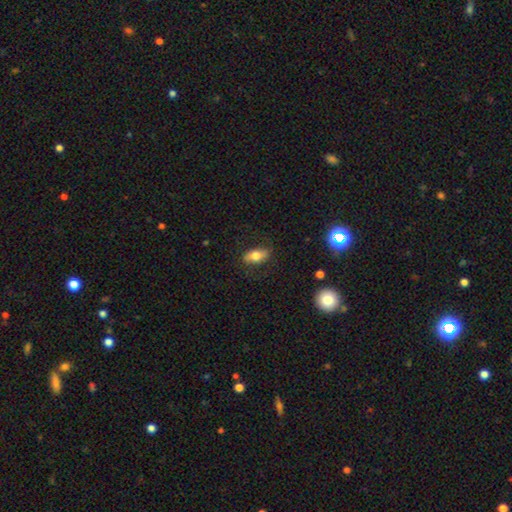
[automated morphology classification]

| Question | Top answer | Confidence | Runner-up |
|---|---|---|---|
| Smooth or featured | smooth | 68% | featured or disk (24%) |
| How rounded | in between | 85% | cigar-shaped (8%) |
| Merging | none | 78% | minor disturbance (16%) |